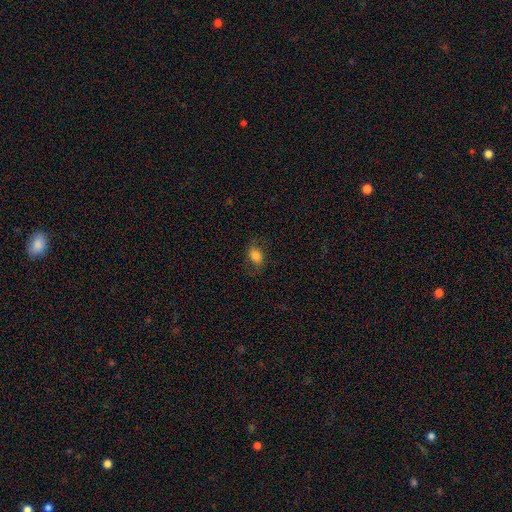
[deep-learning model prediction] Smooth or featured: smooth — 75% (featured or disk — 15%)
How rounded: in between — 75% (round — 23%)
Merging: none — 75% (minor disturbance — 16%)